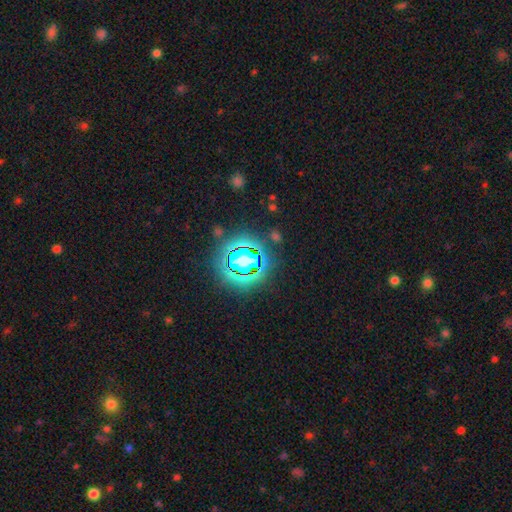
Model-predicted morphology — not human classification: This appears to be a star or artifact, not a galaxy (82%).